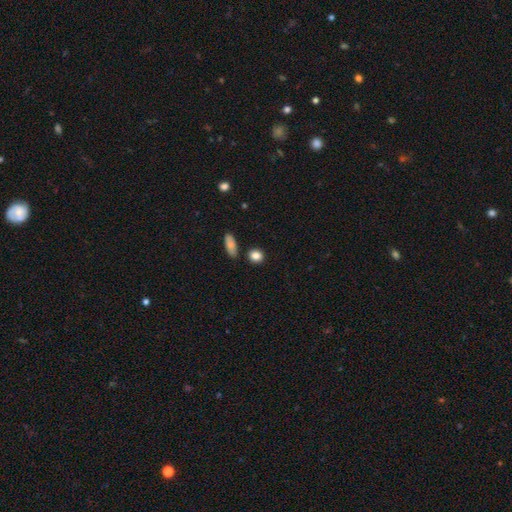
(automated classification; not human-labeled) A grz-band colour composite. It shows a smooth galaxy with no disk features (86%) that is round (71%). Merging: none (84%).